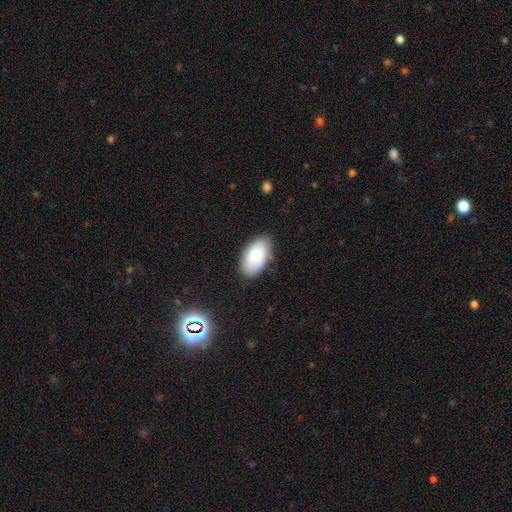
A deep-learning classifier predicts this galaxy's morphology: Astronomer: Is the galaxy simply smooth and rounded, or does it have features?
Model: smooth — 79%.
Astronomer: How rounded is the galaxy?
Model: in between — 95%.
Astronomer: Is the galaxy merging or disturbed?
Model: none — 80%.